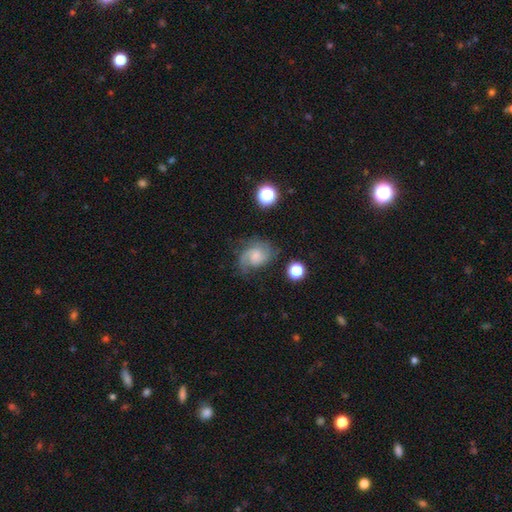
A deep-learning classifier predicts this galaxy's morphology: A featured or disk galaxy (66%) with no bar (60%), 2 (56%) medium (47%) spiral arms (93%) and a small central bulge (30%).

Vote fractions:
- Smooth or featured? featured or disk: 66% / smooth: 24% / star or artifact: 10%
- Edge-on disk? no: 98% / yes: 2%
- Bar? no: 60% / weak: 36% / strong: 5%
- Spiral arms? yes: 93% / no: 7%
- Spiral winding? medium: 47% / tight: 27% / loose: 26%
- Spiral arm count? 2: 56% / can't tell: 16% / 1: 13% / 3: 10% / 4: 3% / more than 4: 3%
- Bulge size? small: 30% / none: 29% / moderate: 28% / large: 11% / dominant: 2%
- Merging? none: 58% / minor disturbance: 23% / major disturbance: 16% / merger: 3%